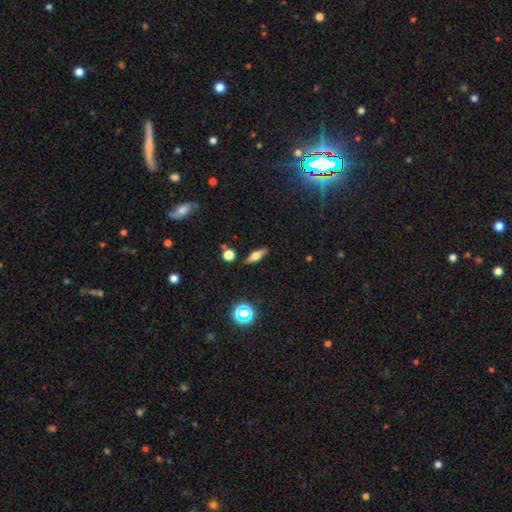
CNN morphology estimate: Overall: smooth (45%; featured or disk 43%). Merging: none (87%).